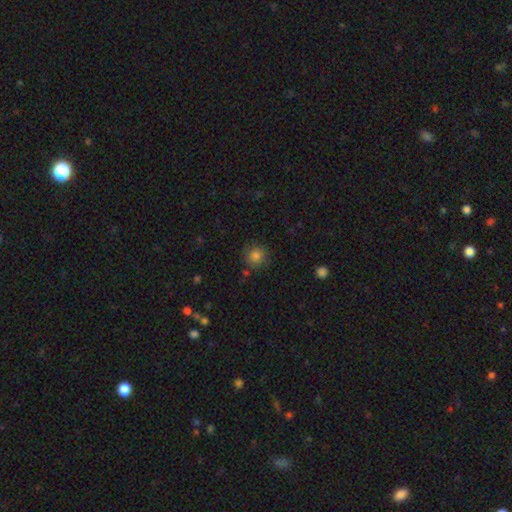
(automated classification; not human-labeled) A smooth galaxy with no disk features (83%) that is round (92%).

Vote fractions:
- Smooth or featured? smooth: 83% / star or artifact: 12% / featured or disk: 5%
- How rounded? round: 92% / in between: 7% / cigar-shaped: 1%
- Merging? none: 83% / minor disturbance: 11% / major disturbance: 3% / merger: 3%